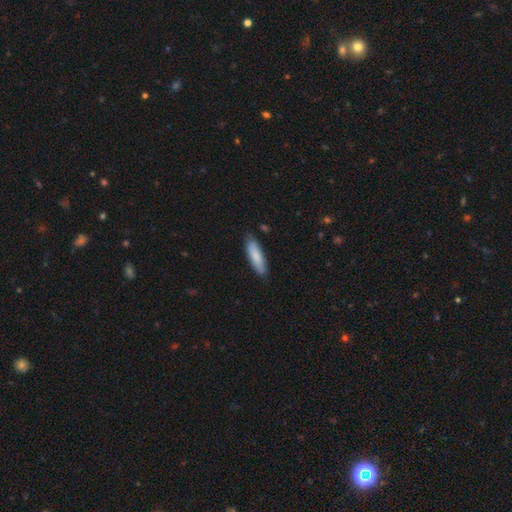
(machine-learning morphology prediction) smooth_or_featured: smooth (p=0.83) [alt: featured or disk p=0.11]
how_rounded: cigar-shaped (p=0.63) [alt: in between p=0.35]
merging: none (p=0.83) [alt: minor disturbance p=0.13]